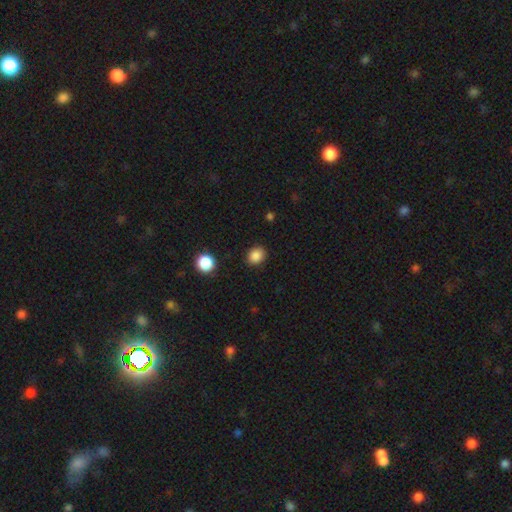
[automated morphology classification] The model was most divided on "how rounded": round: 69%, in between: 31%, cigar-shaped: 1%. More confident: merging — none (89%); smooth or featured — smooth (86%).